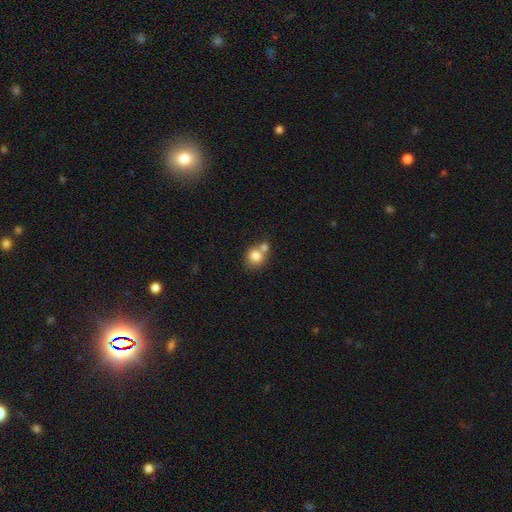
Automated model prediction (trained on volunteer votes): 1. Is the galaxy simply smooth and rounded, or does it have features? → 80% smooth, 11% featured or disk, 9% star or artifact.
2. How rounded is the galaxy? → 80% round, 19% in between, 1% cigar-shaped.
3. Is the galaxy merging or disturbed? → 46% merger, 42% none, 9% minor disturbance, 3% major disturbance.